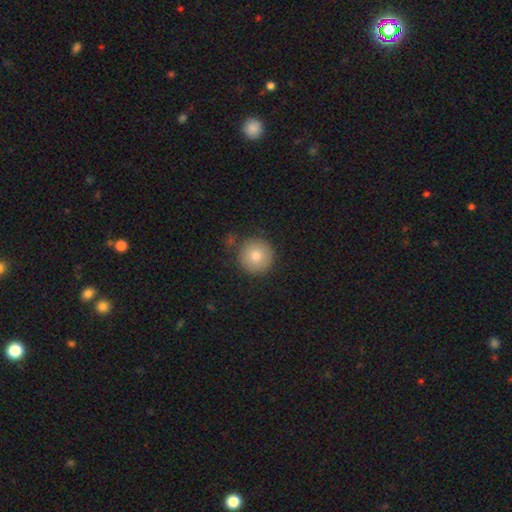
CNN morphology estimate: Q: Smooth or featured?
A: smooth (80%); runner-up: featured or disk (11%)
Q: How rounded?
A: round (96%); runner-up: in between (3%)
Q: Merging?
A: none (82%); runner-up: minor disturbance (10%)